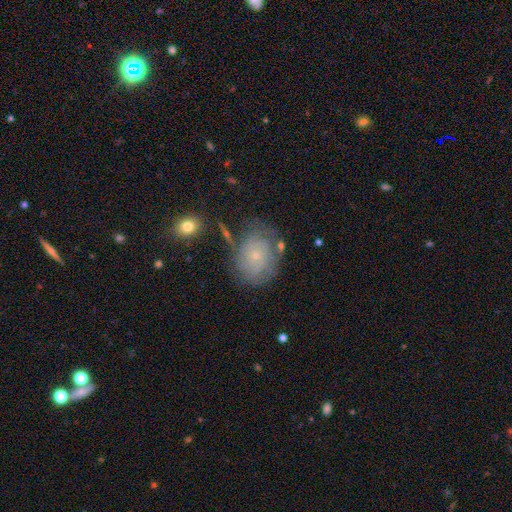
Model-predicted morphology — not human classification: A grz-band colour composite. It shows a featured or disk galaxy (55%) with no bar (84%), spiral arms (76%) and a small central bulge (83%). Merging: none (62%).